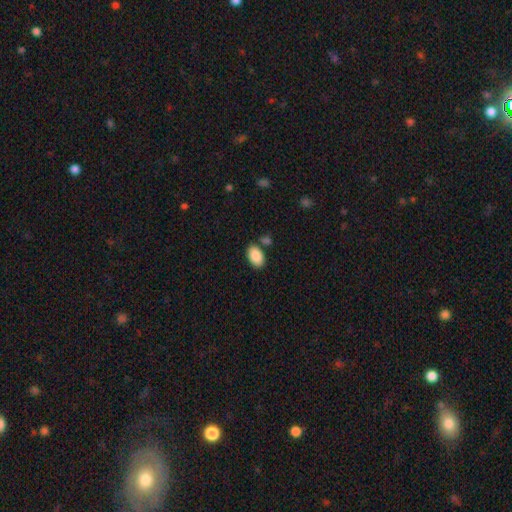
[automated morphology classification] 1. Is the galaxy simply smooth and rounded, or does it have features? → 89% smooth, 7% star or artifact, 4% featured or disk.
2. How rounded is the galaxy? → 91% in between, 8% round, 1% cigar-shaped.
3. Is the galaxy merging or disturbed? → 78% none, 11% minor disturbance, 8% merger, 3% major disturbance.